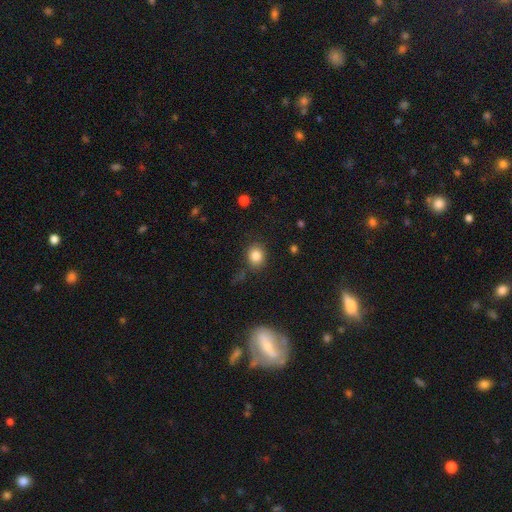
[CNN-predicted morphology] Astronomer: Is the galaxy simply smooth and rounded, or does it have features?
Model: smooth — 84%.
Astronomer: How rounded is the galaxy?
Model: round — 72%.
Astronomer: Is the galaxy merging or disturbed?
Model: none — 82%.